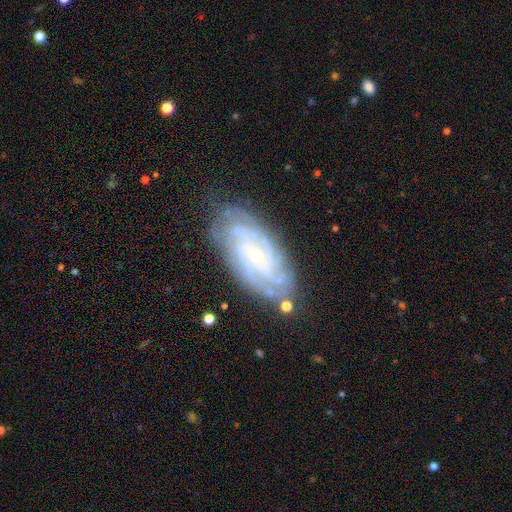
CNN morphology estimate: Overall: featured or disk (84%). Edge-on disk: no (94%). Bar: no (63%; weak 29%). Spiral arms: yes (97%). Spiral arm count: 4 (28%; can't tell 27%). Spiral winding: tight (74%). Bulge size: small (78%). Merging: none (78%).